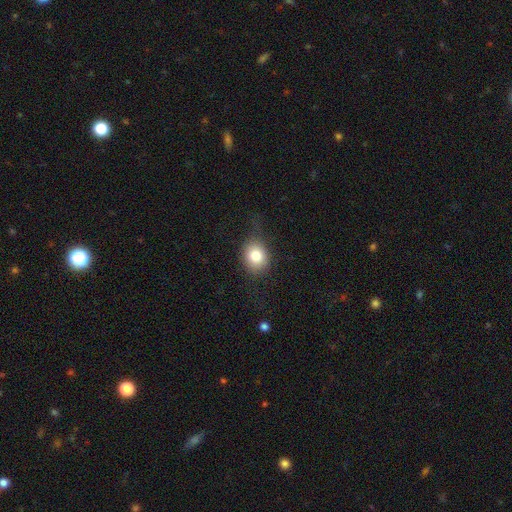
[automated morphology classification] This appears to be a smooth galaxy with no disk features (78%) that is round (56%). Merging: none (67%).